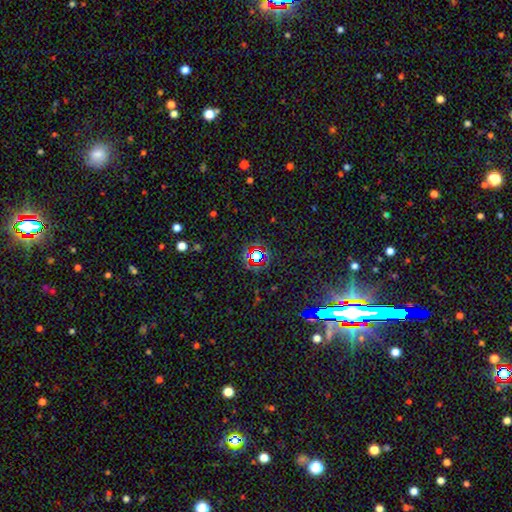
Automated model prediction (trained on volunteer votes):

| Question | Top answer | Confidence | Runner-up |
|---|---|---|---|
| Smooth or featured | star or artifact | 70% | smooth (20%) |